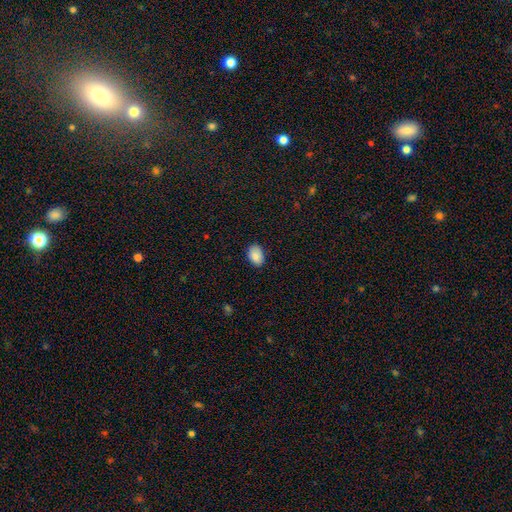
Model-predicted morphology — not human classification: Smooth or featured? smooth (87%)
How rounded? in between (85%)
Merging? none (85%)